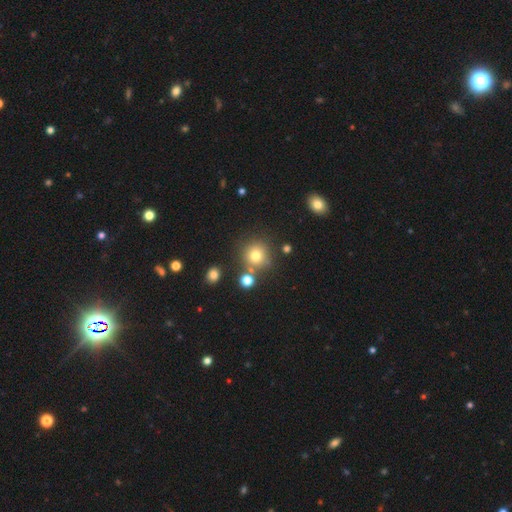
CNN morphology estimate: Overall: smooth (74%). How rounded: round (92%). Merging: none (76%).